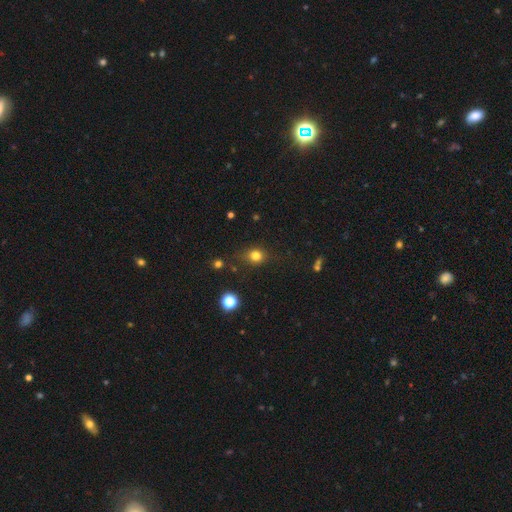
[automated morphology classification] Overall: smooth (78%). How rounded: round (73%). Merging: none (77%).